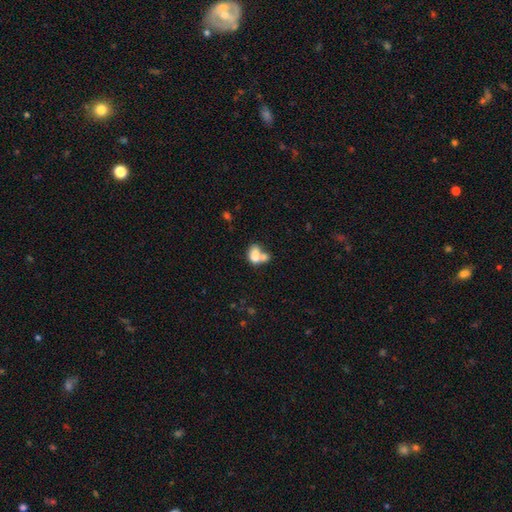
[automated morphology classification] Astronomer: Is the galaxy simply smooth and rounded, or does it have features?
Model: smooth — 72%.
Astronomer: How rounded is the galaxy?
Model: in between — 80%.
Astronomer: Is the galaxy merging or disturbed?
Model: merger — 65%.